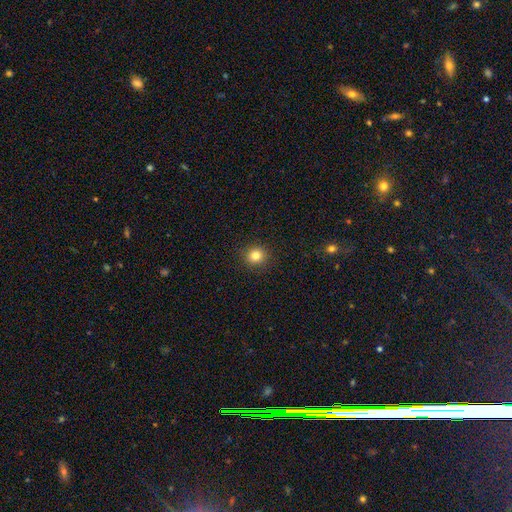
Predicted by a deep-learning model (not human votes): A smooth galaxy with no disk features (82%) that is round (92%). Merging: none (92%).